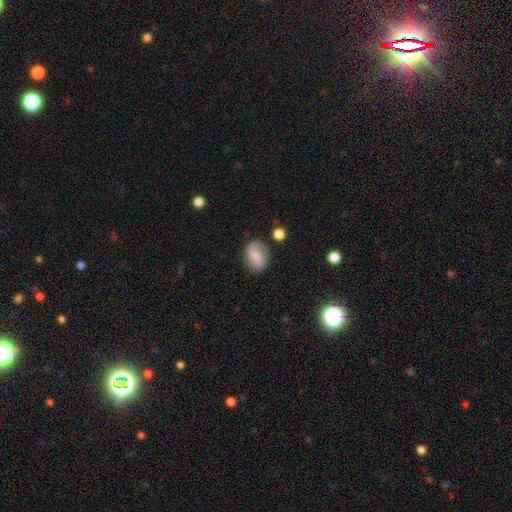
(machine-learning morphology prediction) type=smooth (63%); roundness=in between (74%); merging=none (71%).